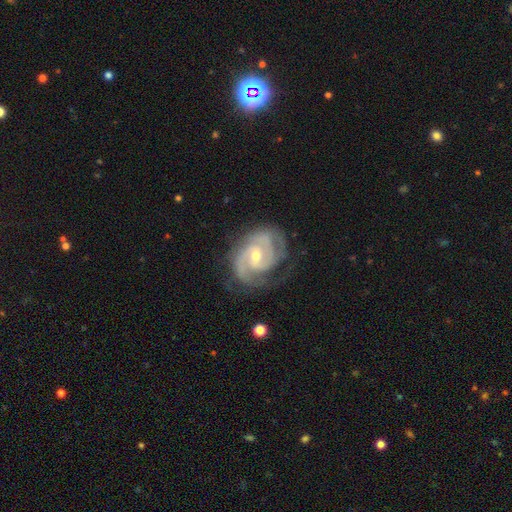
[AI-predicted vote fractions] Morphology: type=featured or disk (90%); edge-on=no (98%); bar=weak (48%); spiral arms=yes (98%); winding=tight (53%); arm count=2 (51%); bulge=small (53%); merging=none (69%).